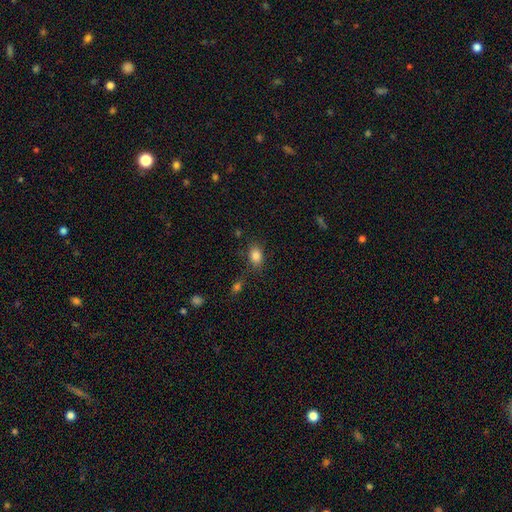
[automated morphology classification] smooth 84%, star or artifact 10%, featured or disk 6%. Down the decision tree: how rounded — in between (73%); merging — none (75%).